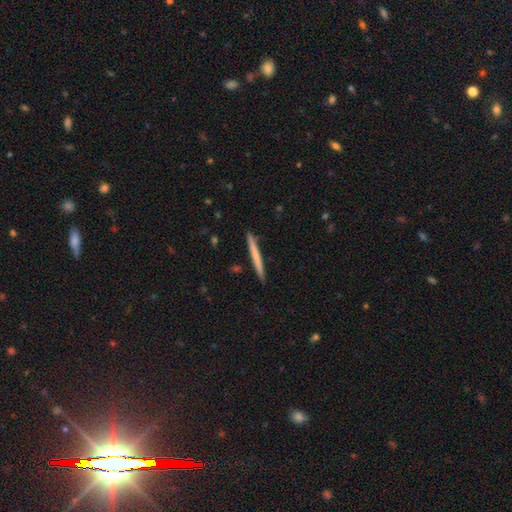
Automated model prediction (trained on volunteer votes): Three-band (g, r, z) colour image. It shows a smooth galaxy with no disk features (60%) that is cigar-shaped (97%). Merging: none (91%).